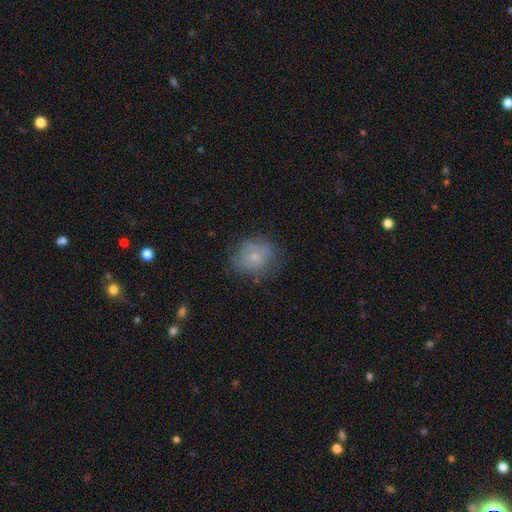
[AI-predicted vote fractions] smooth_or_featured: smooth (p=0.70) [alt: featured or disk p=0.20]
how_rounded: round (p=0.75) [alt: in between p=0.24]
merging: none (p=0.71) [alt: minor disturbance p=0.20]